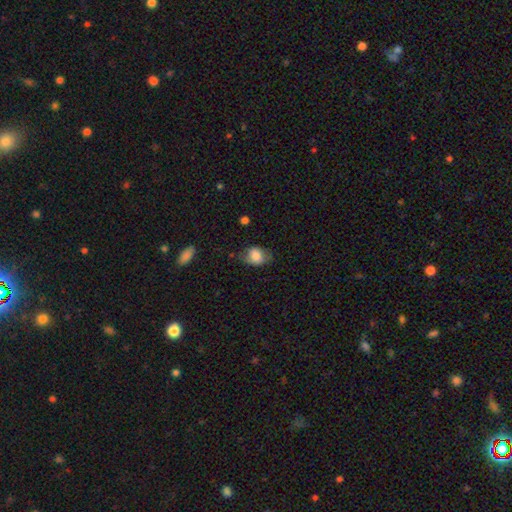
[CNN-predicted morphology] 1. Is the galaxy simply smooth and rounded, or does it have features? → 75% smooth, 17% featured or disk, 8% star or artifact.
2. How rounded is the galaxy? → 69% in between, 30% round, 1% cigar-shaped.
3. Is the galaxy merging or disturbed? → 58% none, 28% minor disturbance, 12% major disturbance, 2% merger.